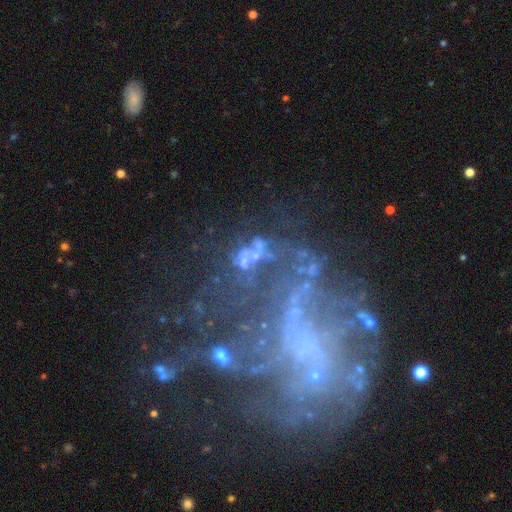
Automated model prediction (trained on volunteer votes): Smooth or featured: featured or disk — 51% (star or artifact — 30%)
Edge-on disk: no — 97% (yes — 3%)
Merging: none — 36% (major disturbance — 28%)